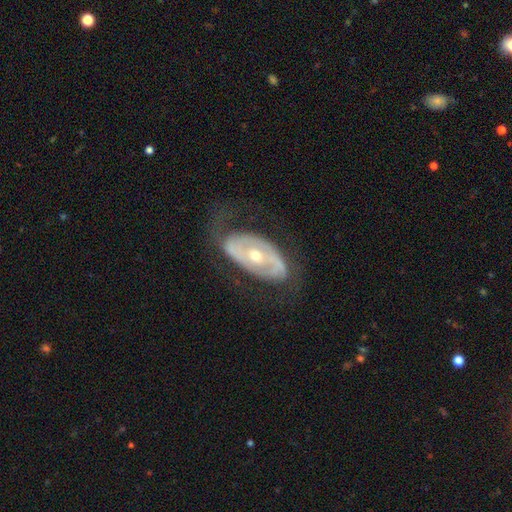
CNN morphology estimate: This is likely a featured or disk galaxy (79%). It is clearly not viewed edge-on (92%). Bar: possibly no (56%). Spiral arm pattern: likely yes (67%). Central bulge: possibly moderate (51%). Merging: possibly none (59%).